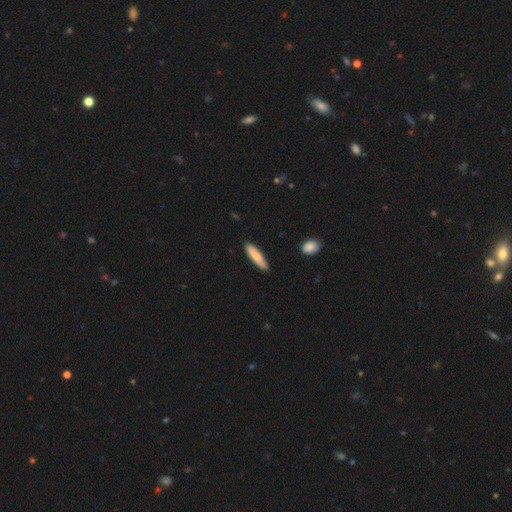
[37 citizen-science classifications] A smooth galaxy with no disk features (86%) that is cigar-shaped (81%). Merging: none (86%).